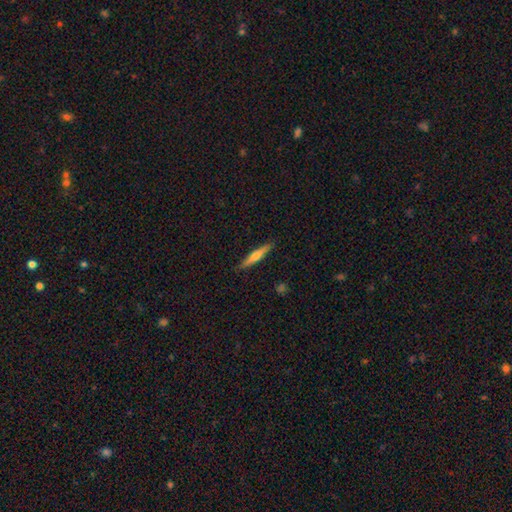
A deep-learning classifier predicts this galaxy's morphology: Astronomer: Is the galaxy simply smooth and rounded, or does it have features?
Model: smooth — 51% (runner-up: featured or disk, 43%).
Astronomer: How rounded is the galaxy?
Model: cigar-shaped — 92%.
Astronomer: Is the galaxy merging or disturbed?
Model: none — 89%.